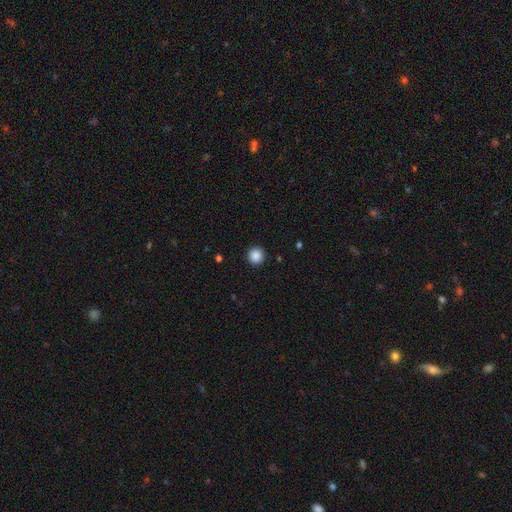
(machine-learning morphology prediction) This is clearly a smooth galaxy (88%). How rounded: clearly round (95%). Merging: clearly none (93%).